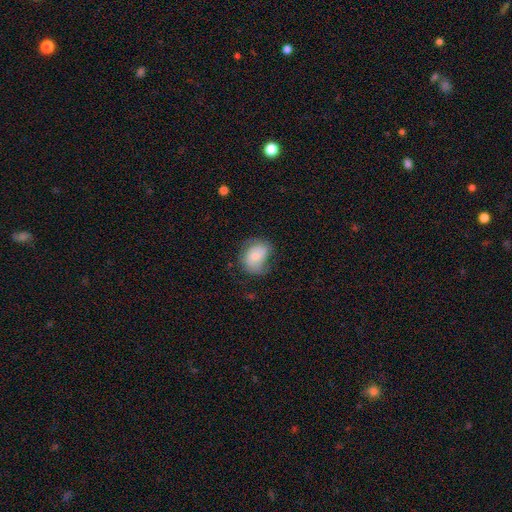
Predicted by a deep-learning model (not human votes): smooth_or_featured: smooth (p=0.66) [alt: featured or disk p=0.27]
how_rounded: in between (p=0.63) [alt: round p=0.36]
merging: none (p=0.49) [alt: minor disturbance p=0.32]